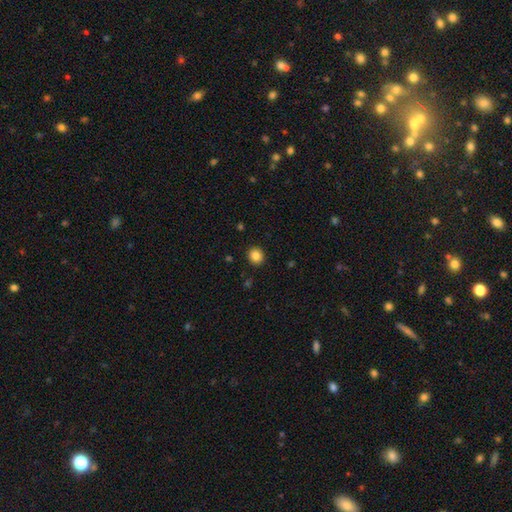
Q: Smooth or featured?
A: smooth (92%); runner-up: star or artifact (5%)
Q: How rounded?
A: round (89%); runner-up: in between (11%)
Q: Merging?
A: none (94%); runner-up: minor disturbance (3%)